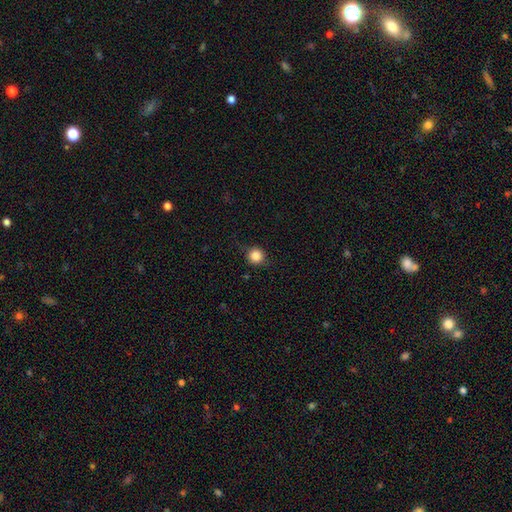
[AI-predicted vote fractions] Q: Smooth or featured?
A: smooth (83%); runner-up: star or artifact (10%)
Q: How rounded?
A: round (91%); runner-up: in between (8%)
Q: Merging?
A: none (80%); runner-up: minor disturbance (15%)